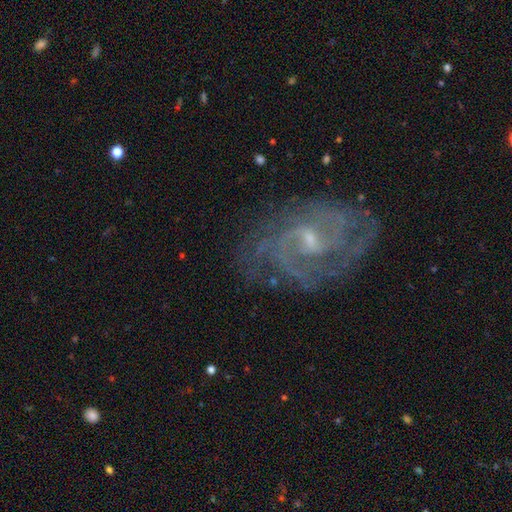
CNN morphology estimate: A featured or disk galaxy (87%) with a weak bar (56%), 2 (45%) medium (45%) spiral arms (95%) and a small central bulge (66%).

Vote fractions:
- Smooth or featured? featured or disk: 87% / star or artifact: 7% / smooth: 6%
- Edge-on disk? no: 97% / yes: 3%
- Bar? weak: 56% / no: 32% / strong: 11%
- Spiral arms? yes: 95% / no: 5%
- Spiral winding? medium: 45% / tight: 41% / loose: 13%
- Spiral arm count? 2: 45% / can't tell: 23% / 3: 15% / 4: 6% / 1: 5% / more than 4: 5%
- Bulge size? small: 66% / moderate: 26% / none: 6% / large: 1% / dominant: 1%
- Merging? none: 72% / minor disturbance: 17% / major disturbance: 9% / merger: 2%